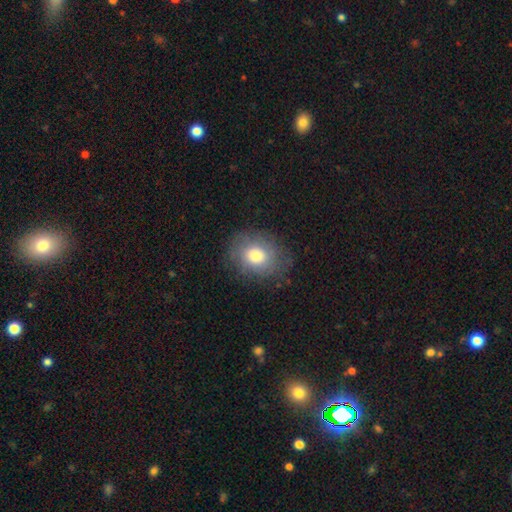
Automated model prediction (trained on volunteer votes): Smooth or featured: smooth — 69% (featured or disk — 22%)
How rounded: round — 56% (in between — 43%)
Merging: none — 76% (minor disturbance — 16%)